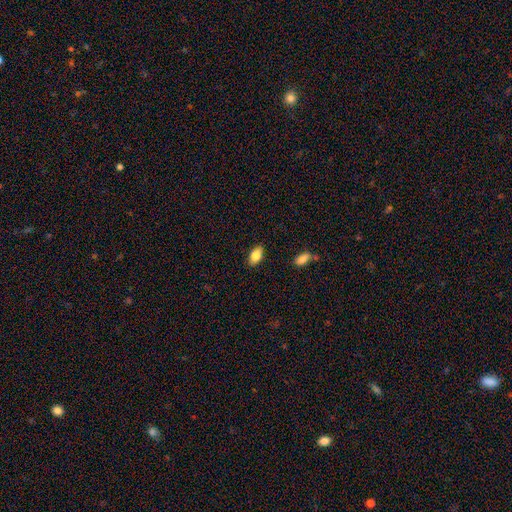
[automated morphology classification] This is clearly a smooth galaxy (81%). How rounded: clearly in between (92%). Merging: clearly none (86%).